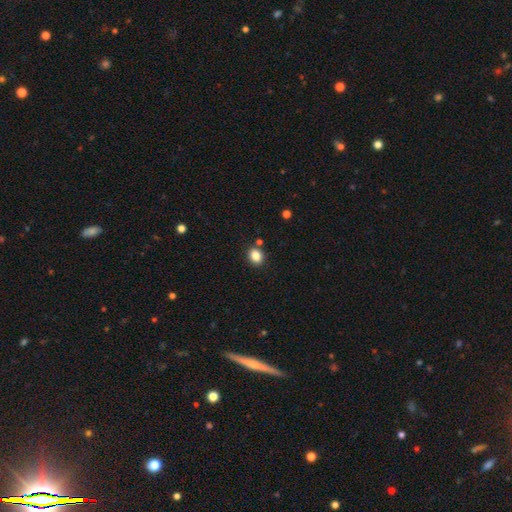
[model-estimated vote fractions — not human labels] A smooth galaxy with no disk features (84%) that is round (51%).

Vote fractions:
- Smooth or featured? smooth: 84% / star or artifact: 10% / featured or disk: 5%
- How rounded? round: 51% / in between: 48% / cigar-shaped: 1%
- Merging? none: 82% / minor disturbance: 9% / merger: 6% / major disturbance: 2%